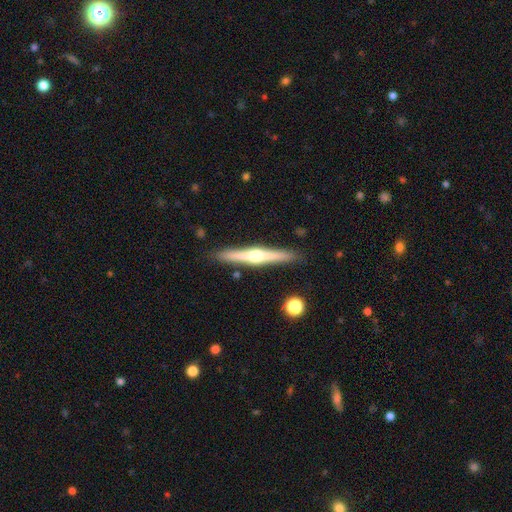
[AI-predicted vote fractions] smooth-or-featured: featured or disk: 71% | smooth: 24% | star or artifact: 5%
  disk-edge-on: yes: 98% | no: 2%
    edge-on-bulge: rounded: 91% | boxy: 5% | none: 4%
  merging: none: 89% | minor disturbance: 8% | merger: 2% | major disturbance: 1%